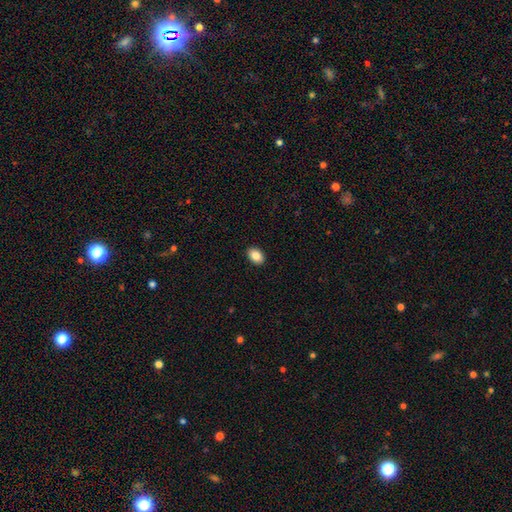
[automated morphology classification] Smooth or featured? smooth (86%)
How rounded? in between (81%)
Merging? none (91%)